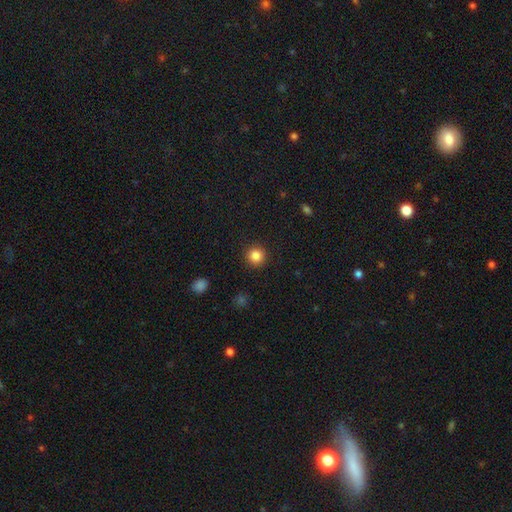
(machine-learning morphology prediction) A smooth galaxy with no disk features (85%) that is round (95%). Merging: none (92%).